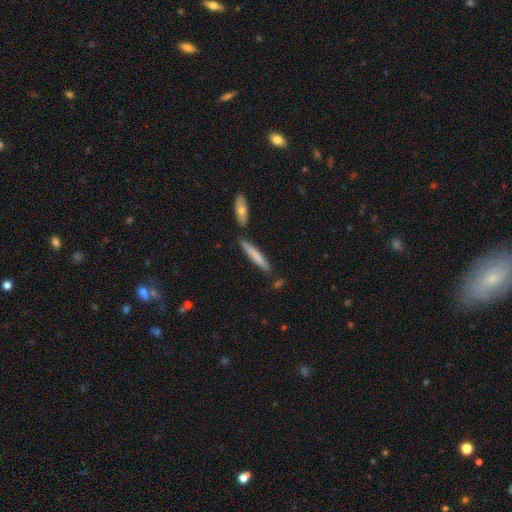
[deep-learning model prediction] Smooth or featured?
  - smooth: 71% *
  - featured or disk: 23%
  - star or artifact: 6%
How rounded?
  - cigar-shaped: 93% *
  - in between: 5%
  - round: 1%
Merging?
  - none: 80% *
  - minor disturbance: 11%
  - merger: 7%
  - major disturbance: 2%